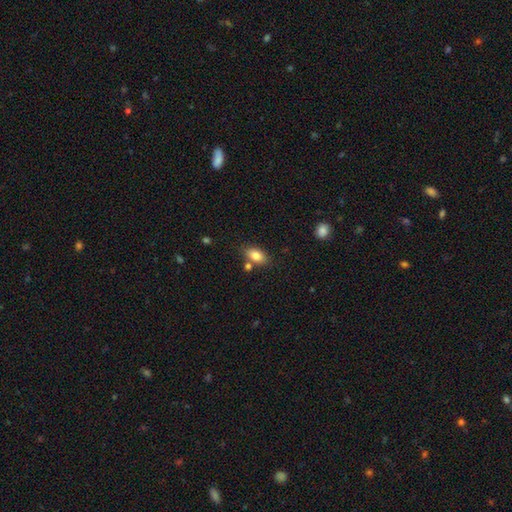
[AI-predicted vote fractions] The model was most divided on "merging": none: 72%, minor disturbance: 12%, merger: 12%, major disturbance: 3%. More confident: how rounded — in between (89%); smooth or featured — smooth (83%).